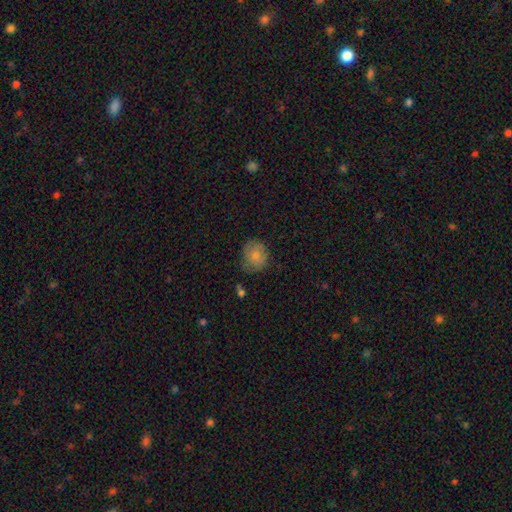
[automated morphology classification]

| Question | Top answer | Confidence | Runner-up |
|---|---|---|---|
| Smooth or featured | smooth | 79% | featured or disk (12%) |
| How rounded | round | 74% | in between (26%) |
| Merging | none | 69% | minor disturbance (23%) |